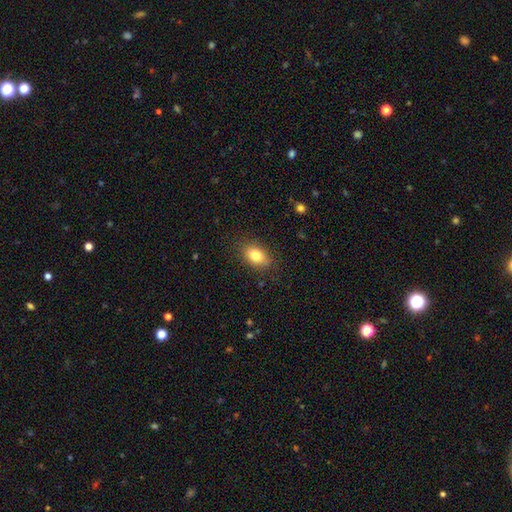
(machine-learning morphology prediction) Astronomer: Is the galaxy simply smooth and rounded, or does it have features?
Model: smooth — 80%.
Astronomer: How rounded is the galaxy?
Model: in between — 81%.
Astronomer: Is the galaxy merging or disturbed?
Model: none — 83%.